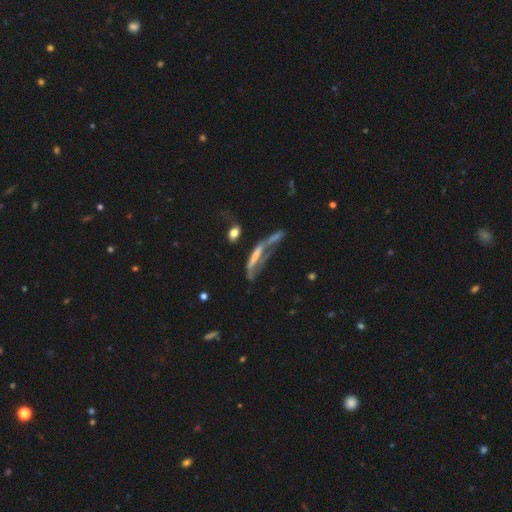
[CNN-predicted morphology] smooth-or-featured: featured or disk: 48% | smooth: 41% | star or artifact: 11%
  merging: merger: 34% | major disturbance: 33% | none: 20% | minor disturbance: 13%